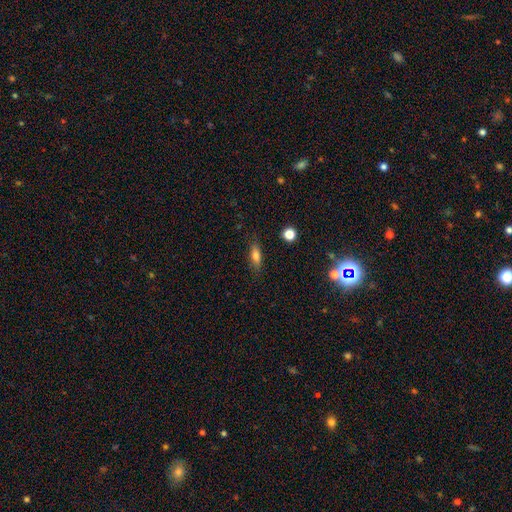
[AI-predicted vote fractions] Overall: smooth (76%). How rounded: in between (65%; cigar-shaped 31%). Merging: none (82%).